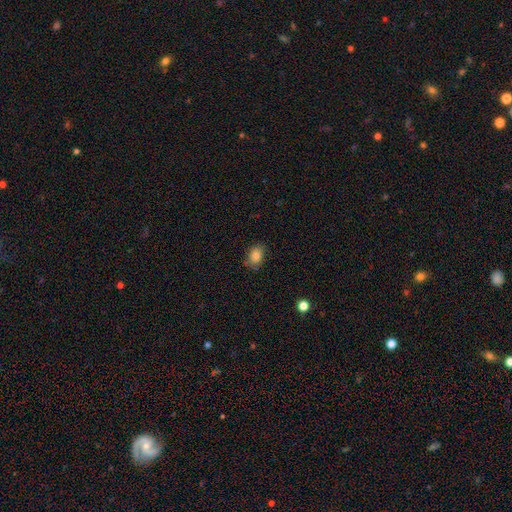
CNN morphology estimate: Overall: smooth (84%). How rounded: in between (70%). Merging: none (75%).